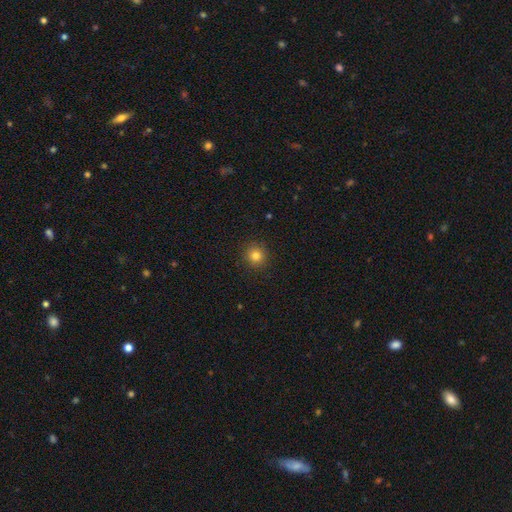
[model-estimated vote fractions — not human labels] A smooth galaxy with no disk features (82%) that is round (92%). Merging: none (91%).